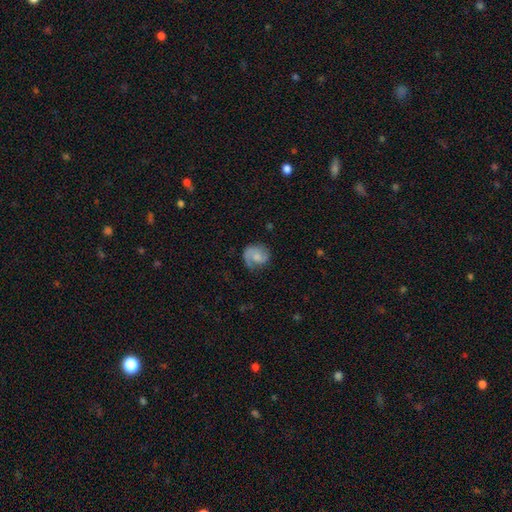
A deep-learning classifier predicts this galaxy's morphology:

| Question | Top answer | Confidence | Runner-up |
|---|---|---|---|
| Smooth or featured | featured or disk | 65% | smooth (28%) |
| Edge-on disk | no | 98% | yes (2%) |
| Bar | no | 62% | weak (33%) |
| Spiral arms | yes | 93% | no (7%) |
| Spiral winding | medium | 44% | tight (32%) |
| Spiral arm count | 2 | 66% | 1 (23%) |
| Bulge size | moderate | 38% | small (36%) |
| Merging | none | 69% | minor disturbance (20%) |